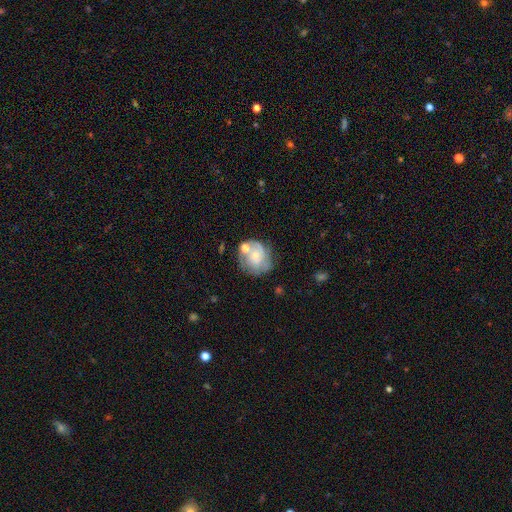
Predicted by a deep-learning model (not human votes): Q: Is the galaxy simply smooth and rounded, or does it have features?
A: featured or disk — 65%.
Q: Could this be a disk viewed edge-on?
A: no — 98%.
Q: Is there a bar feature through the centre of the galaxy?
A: no — 76%.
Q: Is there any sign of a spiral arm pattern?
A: yes — 81%.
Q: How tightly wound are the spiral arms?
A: tight — 54%.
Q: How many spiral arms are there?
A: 2 — 36%.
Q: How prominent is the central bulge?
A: small — 63%.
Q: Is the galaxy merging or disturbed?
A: none — 51%.